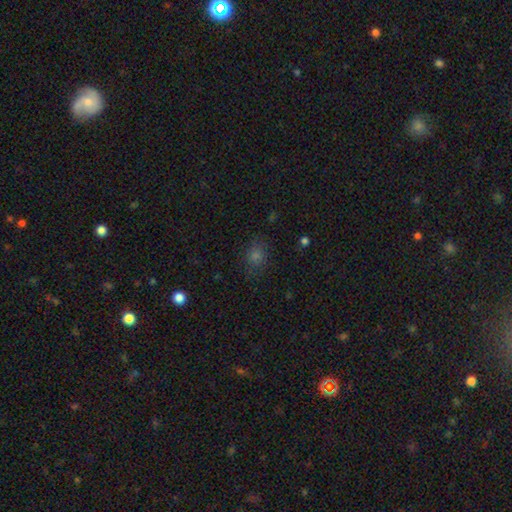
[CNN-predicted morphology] Smooth or featured? Predicted: smooth (p=0.65). How rounded? Predicted: round (p=0.63). Merging? Predicted: none (p=0.81).